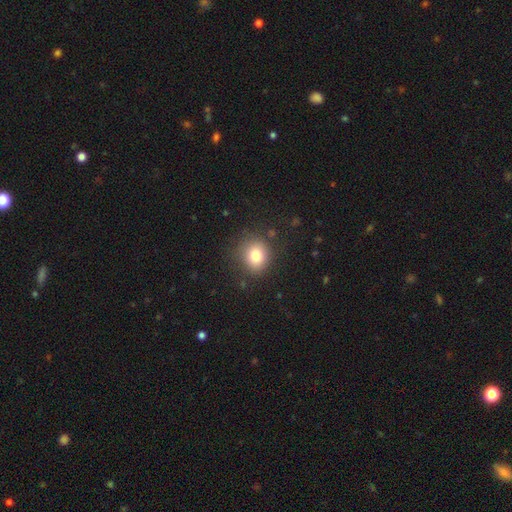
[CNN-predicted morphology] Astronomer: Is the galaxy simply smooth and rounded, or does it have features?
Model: smooth — 80%.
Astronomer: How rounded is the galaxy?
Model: round — 78%.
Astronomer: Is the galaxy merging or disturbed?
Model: none — 85%.